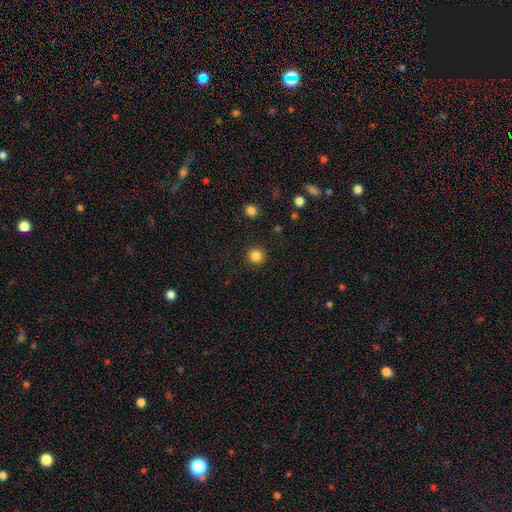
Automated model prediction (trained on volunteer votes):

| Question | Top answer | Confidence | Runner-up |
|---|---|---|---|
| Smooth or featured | smooth | 84% | star or artifact (11%) |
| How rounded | round | 95% | in between (4%) |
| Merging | none | 92% | minor disturbance (5%) |